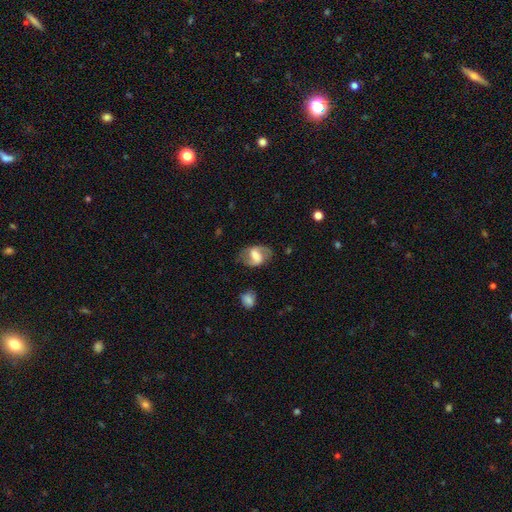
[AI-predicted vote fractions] A featured or disk galaxy (63%) with a strong bar (42%), spiral arms (81%) and a large central bulge (31%). Merging: none (70%).